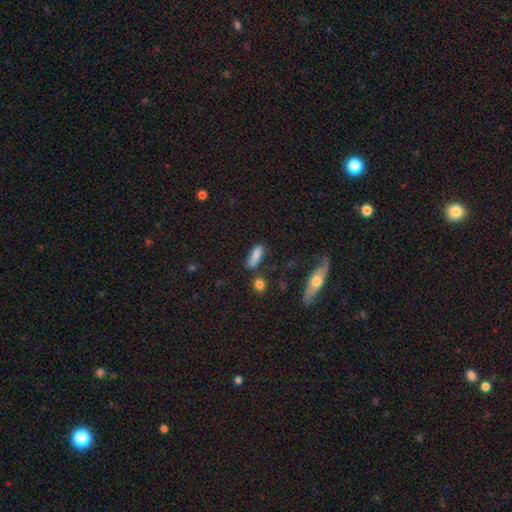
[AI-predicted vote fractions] A smooth galaxy with no disk features (81%) that is in between round and cigar-shaped (50%). Merging: none (69%).